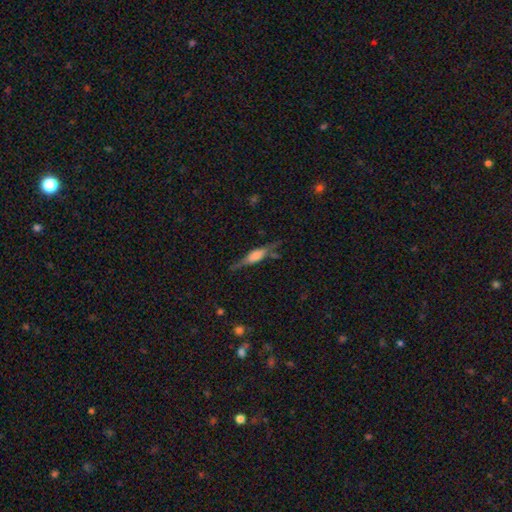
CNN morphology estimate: type=featured or disk (69%); edge-on=yes (95%); edge-on bulge=rounded (61%); merging=none (75%).